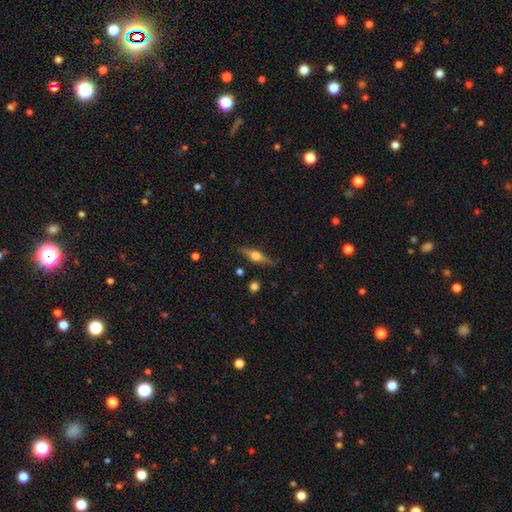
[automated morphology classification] Smooth or featured? featured or disk (70%)
Edge-on disk? yes (97%)
Edge-on bulge? rounded (94%)
Merging? none (85%)